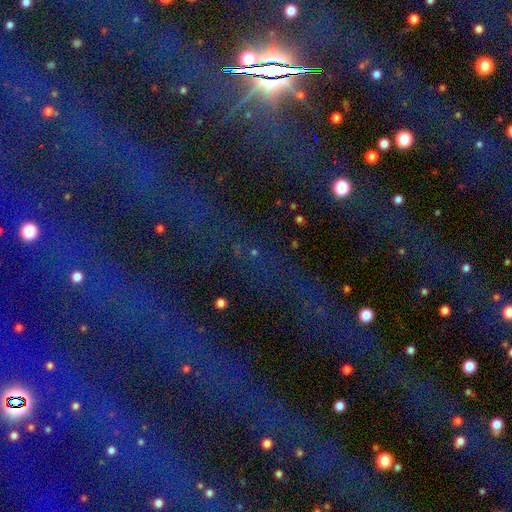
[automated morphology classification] Smooth or featured: star or artifact — 84% (featured or disk — 9%)